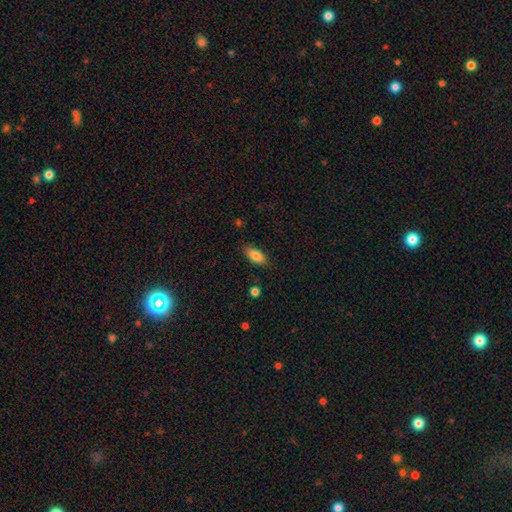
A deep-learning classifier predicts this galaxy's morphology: A smooth galaxy with no disk features (83%) that is in between round and cigar-shaped (84%). Merging: none (84%).